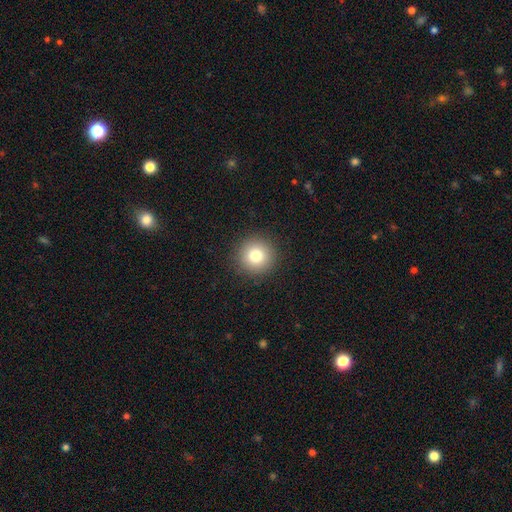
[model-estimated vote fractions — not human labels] Smooth or featured? Predicted: smooth (p=0.80). How rounded? Predicted: round (p=0.95). Merging? Predicted: none (p=0.92).